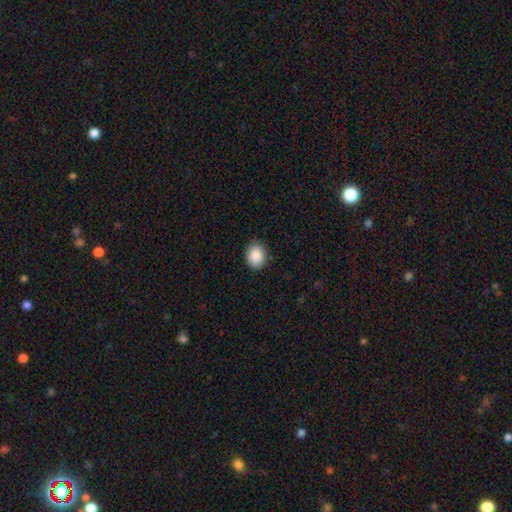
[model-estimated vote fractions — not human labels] A smooth galaxy with no disk features (89%) that is in between round and cigar-shaped (55%).

Vote fractions:
- Smooth or featured? smooth: 89% / star or artifact: 7% / featured or disk: 3%
- How rounded? in between: 55% / round: 45% / cigar-shaped: 1%
- Merging? none: 88% / minor disturbance: 9% / major disturbance: 2% / merger: 1%